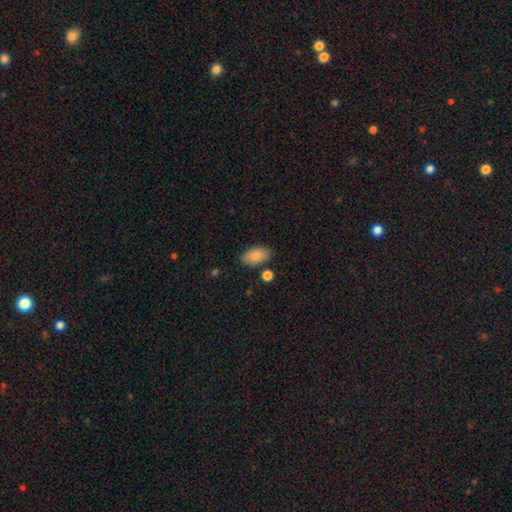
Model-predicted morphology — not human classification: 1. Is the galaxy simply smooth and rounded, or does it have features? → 85% smooth, 8% featured or disk, 7% star or artifact.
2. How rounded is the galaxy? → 93% in between, 5% round, 2% cigar-shaped.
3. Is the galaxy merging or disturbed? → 80% none, 13% minor disturbance, 4% merger, 3% major disturbance.